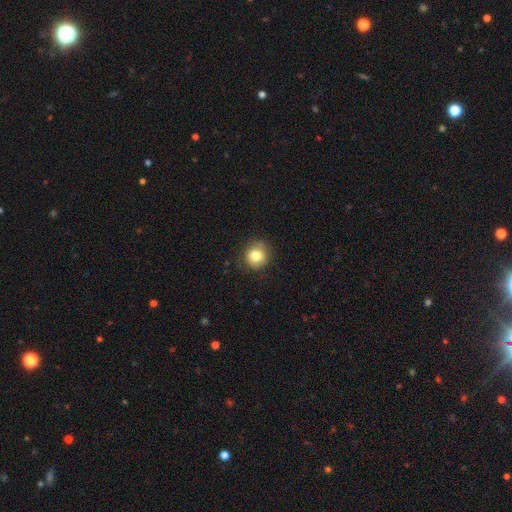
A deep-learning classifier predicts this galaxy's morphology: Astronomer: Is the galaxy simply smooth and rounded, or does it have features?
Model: smooth — 81%.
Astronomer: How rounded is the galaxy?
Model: round — 89%.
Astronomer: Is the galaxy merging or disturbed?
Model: none — 84%.